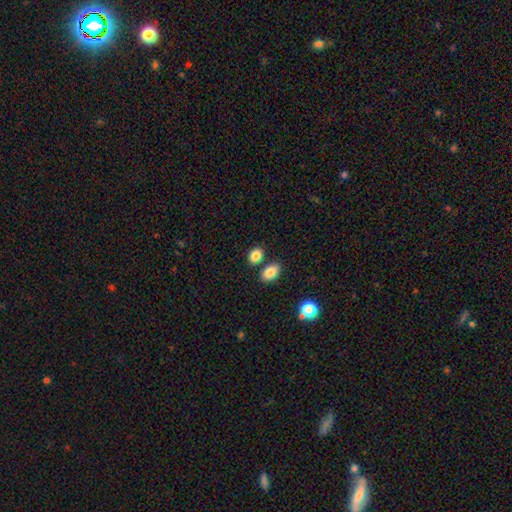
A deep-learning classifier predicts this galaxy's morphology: The model was most divided on "how rounded": in between: 72%, round: 27%, cigar-shaped: 1%. More confident: smooth or featured — smooth (86%); merging — none (71%).